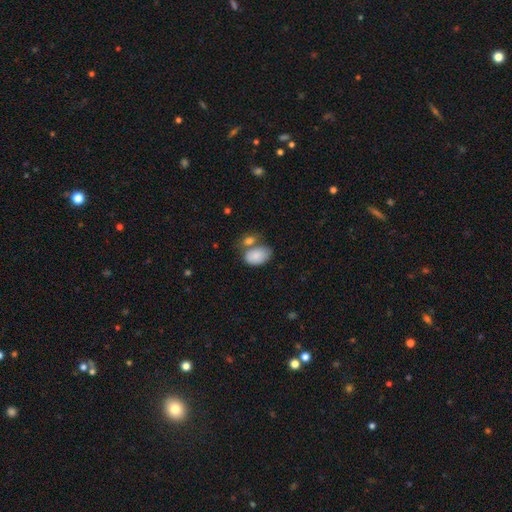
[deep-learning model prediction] The model was most divided on "merging" (2-way tie): none: 37%, merger: 37%, minor disturbance: 19%, major disturbance: 8%. More confident: how rounded — in between (89%); smooth or featured — smooth (84%).